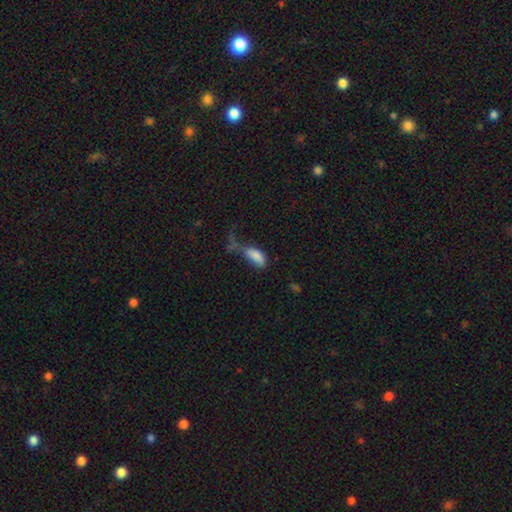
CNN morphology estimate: smooth-or-featured: smooth: 76% | featured or disk: 15% | star or artifact: 9%
  how-rounded: in between: 85% | cigar-shaped: 12% | round: 3%
  merging: major disturbance: 51% | minor disturbance: 20% | none: 18% | merger: 12%